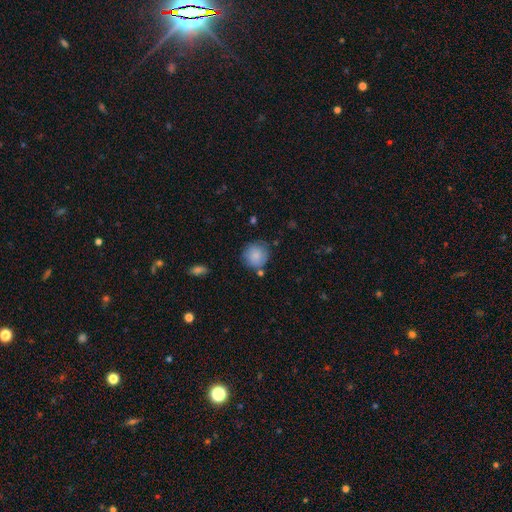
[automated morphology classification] Smooth or featured: smooth — 84% (featured or disk — 9%)
How rounded: round — 89% (in between — 10%)
Merging: none — 73% (minor disturbance — 17%)